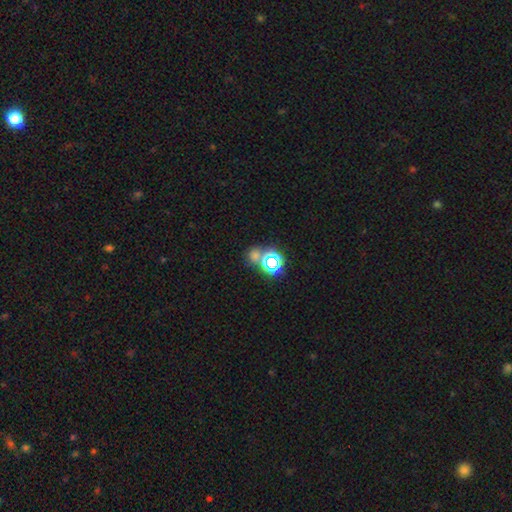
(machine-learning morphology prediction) This is possibly a star or artifact rather than a galaxy (52%).